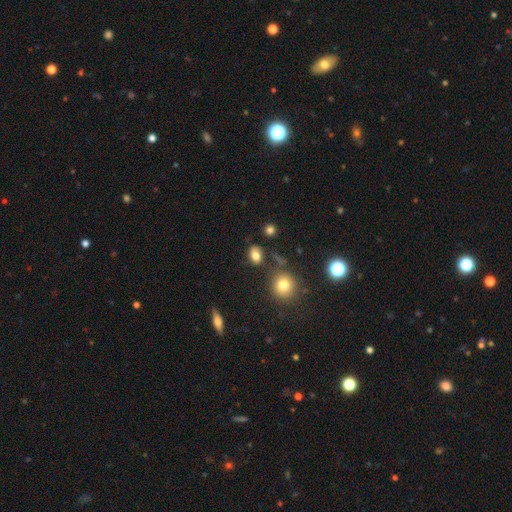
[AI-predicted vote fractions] Smooth or featured? smooth (78%)
How rounded? in between (65%)
Merging? none (71%)